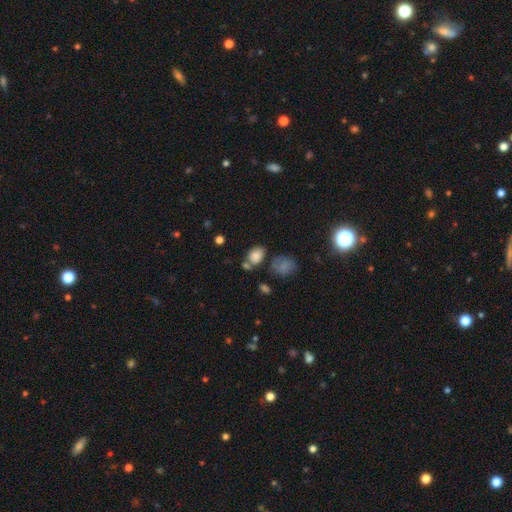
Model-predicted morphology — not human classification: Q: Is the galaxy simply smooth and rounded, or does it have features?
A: smooth — 80%.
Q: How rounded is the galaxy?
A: in between — 69%.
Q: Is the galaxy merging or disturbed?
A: none — 54%.